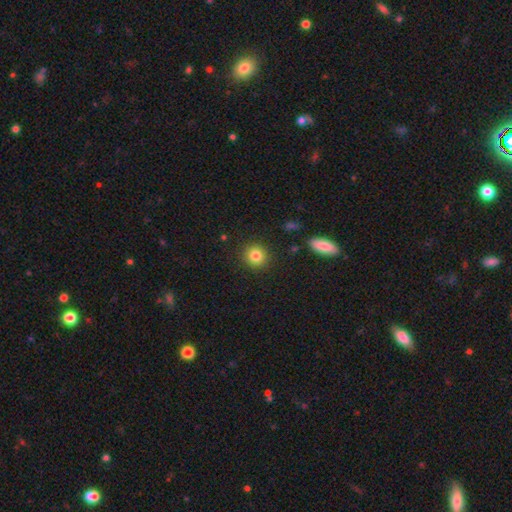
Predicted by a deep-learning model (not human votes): The model was most divided on "smooth or featured": smooth: 83%, star or artifact: 10%, featured or disk: 7%. More confident: merging — none (90%); how rounded — round (90%).